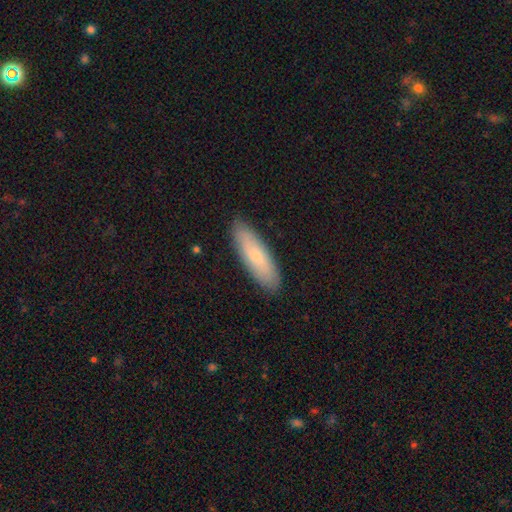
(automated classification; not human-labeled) Smooth or featured? smooth (71%)
How rounded? cigar-shaped (55%)
Merging? none (88%)